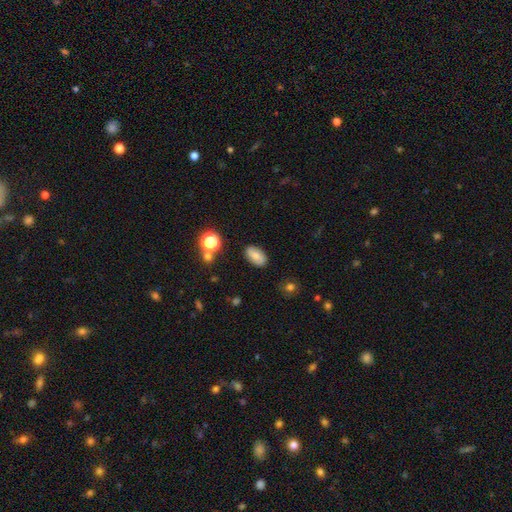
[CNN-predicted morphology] Smooth or featured: smooth — 74% (featured or disk — 15%)
How rounded: in between — 91% (round — 6%)
Merging: none — 85% (minor disturbance — 11%)